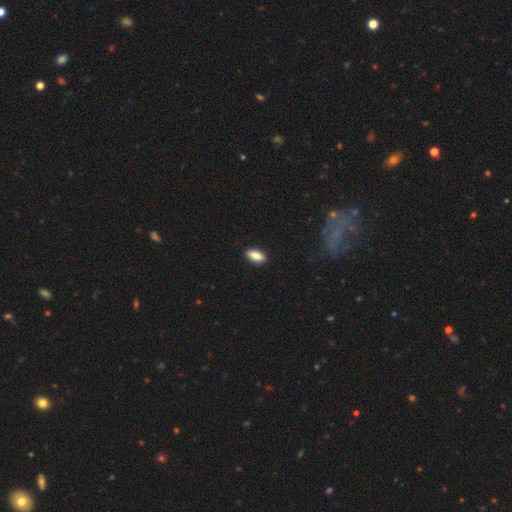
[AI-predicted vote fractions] A smooth galaxy with no disk features (84%) that is in between round and cigar-shaped (84%). Merging: none (89%).